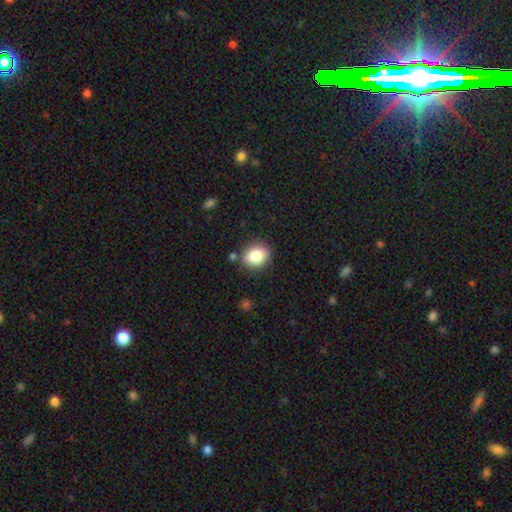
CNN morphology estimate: Smooth or featured? smooth (83%)
How rounded? round (51%)
Merging? none (85%)